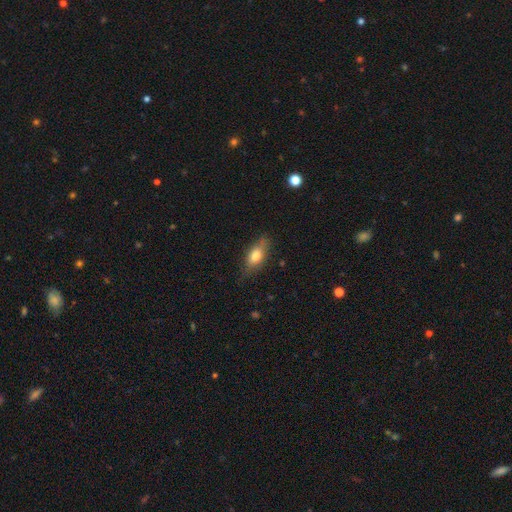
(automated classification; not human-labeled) Smooth or featured? Predicted: smooth (p=0.72). How rounded? Predicted: in between (p=0.78). Merging? Predicted: none (p=0.74).